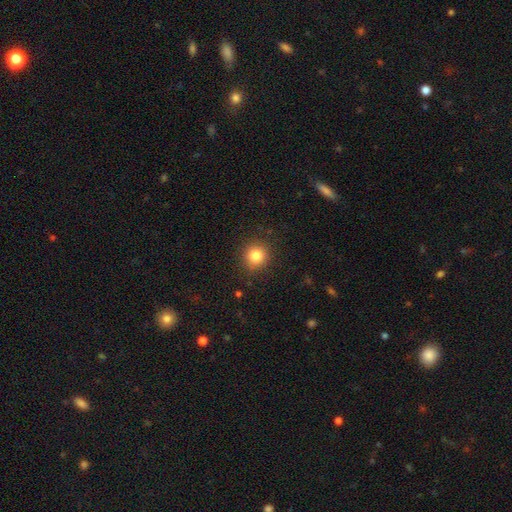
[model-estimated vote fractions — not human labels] Smooth or featured? smooth (83%)
How rounded? round (90%)
Merging? none (89%)